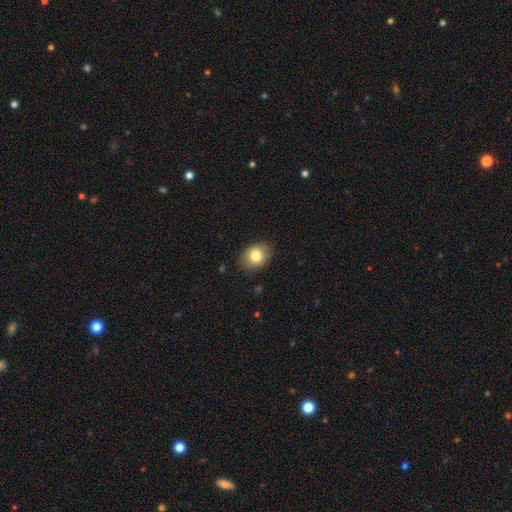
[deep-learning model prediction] Smooth or featured?
  - smooth: 80% *
  - featured or disk: 11%
  - star or artifact: 9%
How rounded?
  - in between: 61% *
  - round: 38%
  - cigar-shaped: 1%
Merging?
  - none: 85% *
  - minor disturbance: 11%
  - major disturbance: 2%
  - merger: 1%